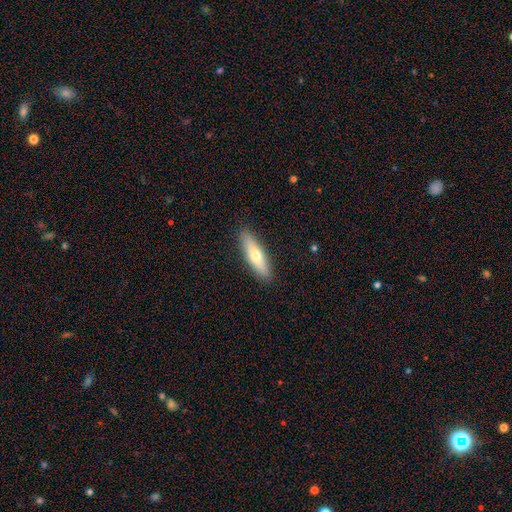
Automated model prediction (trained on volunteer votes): smooth 63%, featured or disk 31%, star or artifact 6%. Down the decision tree: how rounded — cigar-shaped (65%); merging — none (90%).